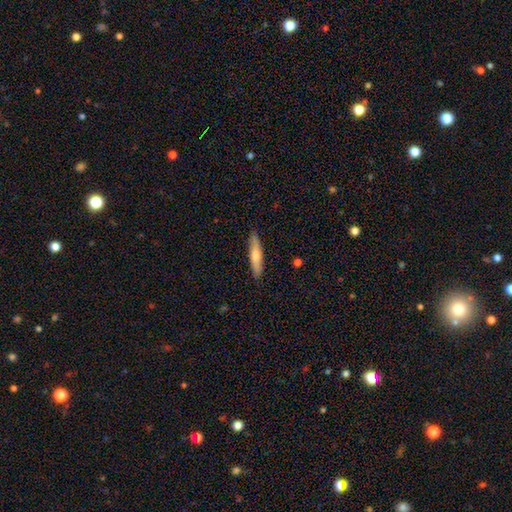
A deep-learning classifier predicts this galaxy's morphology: Smooth or featured? Predicted: smooth (p=0.63). How rounded? Predicted: cigar-shaped (p=0.85). Merging? Predicted: none (p=0.88).